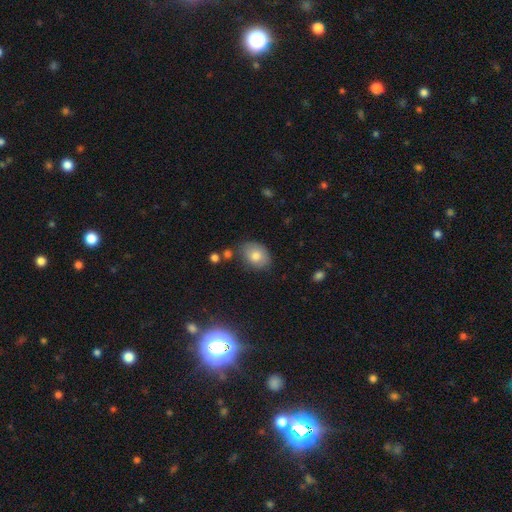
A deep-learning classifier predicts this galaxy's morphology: A smooth galaxy with no disk features (77%) that is in between round and cigar-shaped (73%). Merging: none (73%).